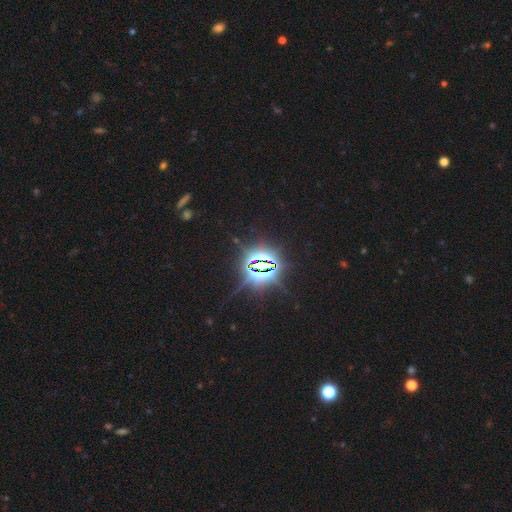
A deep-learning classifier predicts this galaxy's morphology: Q: Smooth or featured?
A: star or artifact (85%); runner-up: featured or disk (8%)